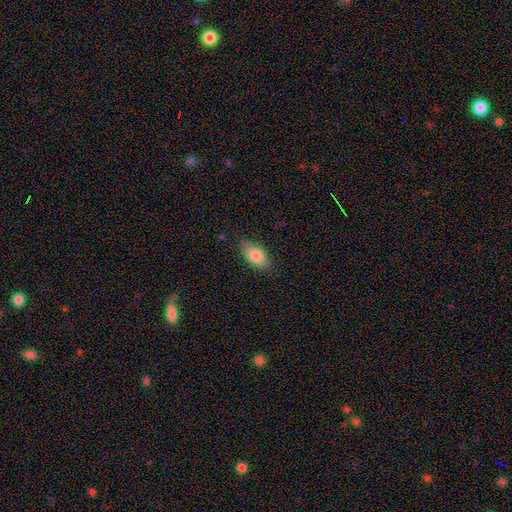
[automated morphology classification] Q: Smooth or featured?
A: smooth (81%); runner-up: featured or disk (12%)
Q: How rounded?
A: in between (90%); runner-up: cigar-shaped (5%)
Q: Merging?
A: none (82%); runner-up: minor disturbance (15%)